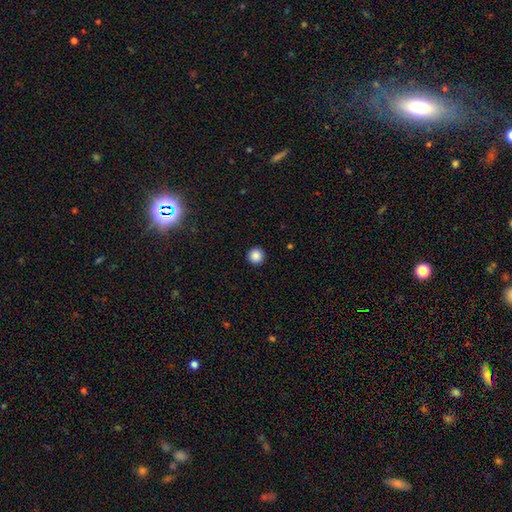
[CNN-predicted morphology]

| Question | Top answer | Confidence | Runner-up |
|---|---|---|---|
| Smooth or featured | smooth | 87% | star or artifact (10%) |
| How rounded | round | 96% | in between (3%) |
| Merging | none | 94% | minor disturbance (4%) |